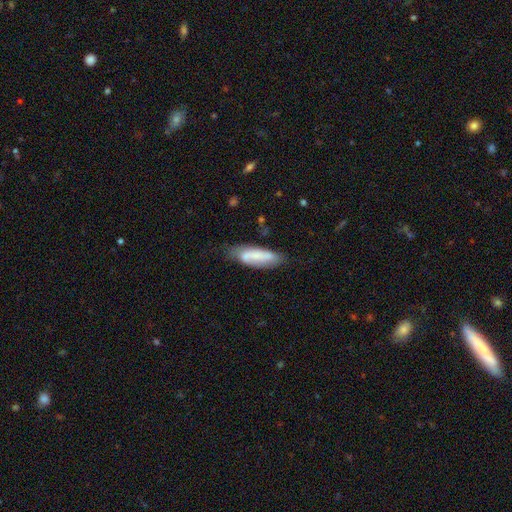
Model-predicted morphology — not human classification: This is possibly a smooth galaxy (59%). How rounded: possibly in between (53%). Merging: possibly none (60%).